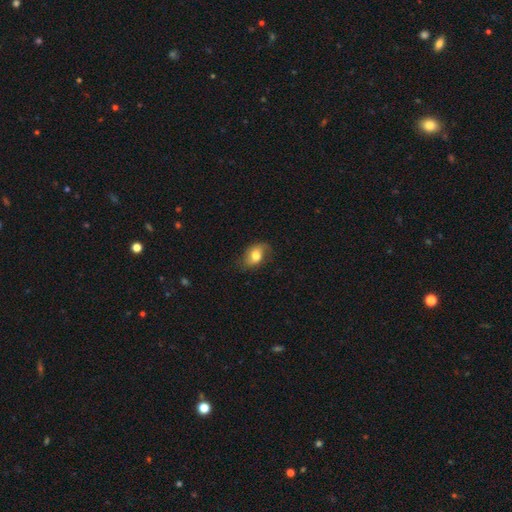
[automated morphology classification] Q: Smooth or featured?
A: smooth (67%); runner-up: featured or disk (25%)
Q: How rounded?
A: in between (80%); runner-up: round (18%)
Q: Merging?
A: none (68%); runner-up: minor disturbance (23%)